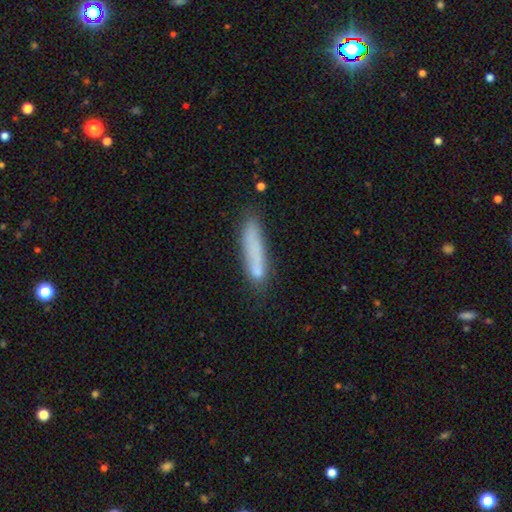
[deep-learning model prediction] The model was most divided on "merging": none: 69%, minor disturbance: 18%, merger: 7%, major disturbance: 5%. More confident: how rounded — cigar-shaped (86%); smooth or featured — smooth (71%).